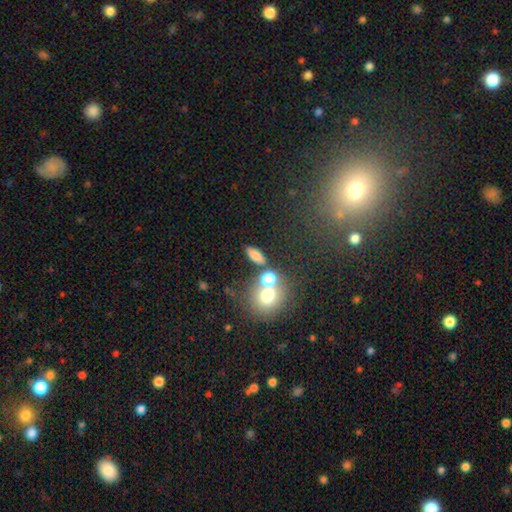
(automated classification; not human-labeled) A smooth galaxy with no disk features (75%) that is in between round and cigar-shaped (59%).

Vote fractions:
- Smooth or featured? smooth: 75% / star or artifact: 14% / featured or disk: 12%
- How rounded? in between: 59% / round: 23% / cigar-shaped: 18%
- Merging? none: 67% / merger: 17% / minor disturbance: 11% / major disturbance: 5%